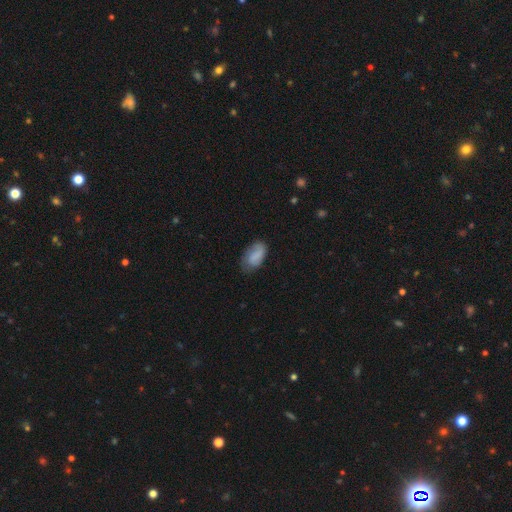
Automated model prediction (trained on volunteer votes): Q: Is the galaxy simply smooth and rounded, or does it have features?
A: smooth — 78%.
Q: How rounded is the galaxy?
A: in between — 93%.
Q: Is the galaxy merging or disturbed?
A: none — 63%.